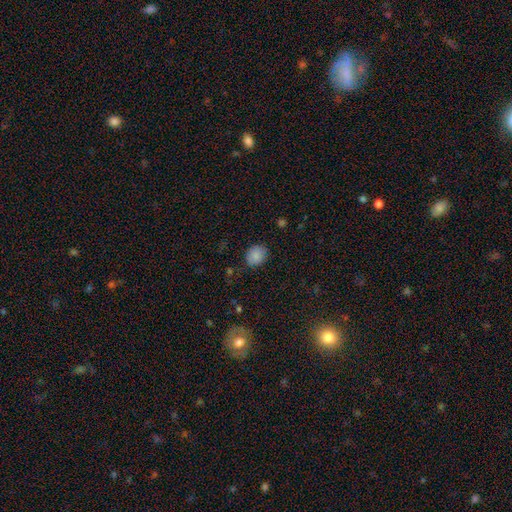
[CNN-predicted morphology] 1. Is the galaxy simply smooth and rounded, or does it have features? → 86% smooth, 9% star or artifact, 5% featured or disk.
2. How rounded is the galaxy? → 65% round, 34% in between, 1% cigar-shaped.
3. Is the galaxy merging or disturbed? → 82% none, 14% minor disturbance, 3% major disturbance, 1% merger.